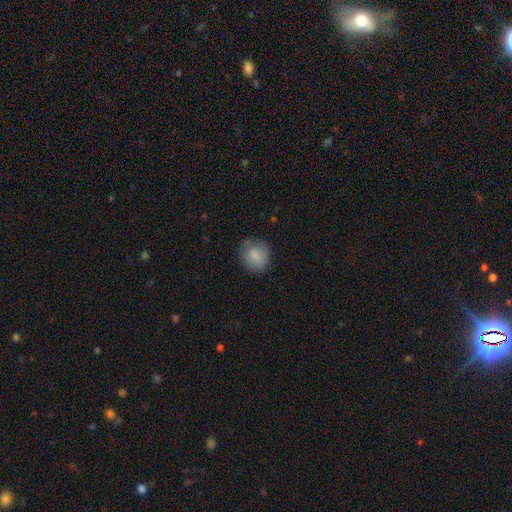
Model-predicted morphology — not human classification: smooth_or_featured: smooth (p=0.82) [alt: featured or disk p=0.10]
how_rounded: round (p=0.75) [alt: in between p=0.24]
merging: none (p=0.76) [alt: minor disturbance p=0.17]